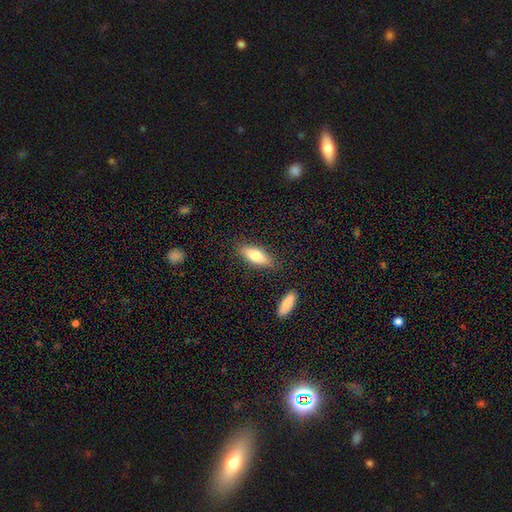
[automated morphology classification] Smooth or featured? Predicted: smooth (p=0.75). How rounded? Predicted: in between (p=0.62). Merging? Predicted: none (p=0.83).